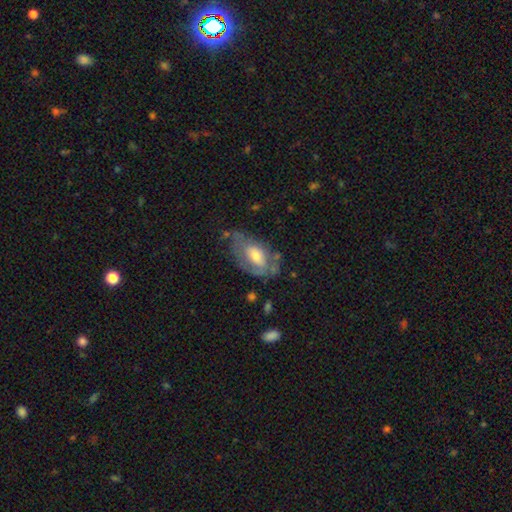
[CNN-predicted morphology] Q: Smooth or featured?
A: featured or disk (50%); runner-up: smooth (43%)
Q: Edge-on disk?
A: no (90%); runner-up: yes (10%)
Q: Merging?
A: none (45%); runner-up: minor disturbance (31%)